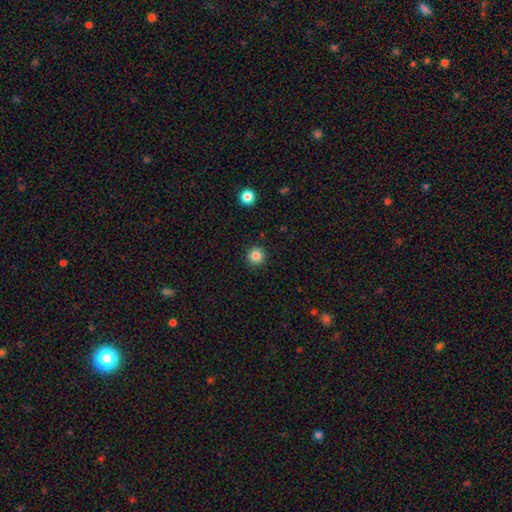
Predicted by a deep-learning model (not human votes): Overall: smooth (84%). How rounded: round (96%). Merging: none (92%).